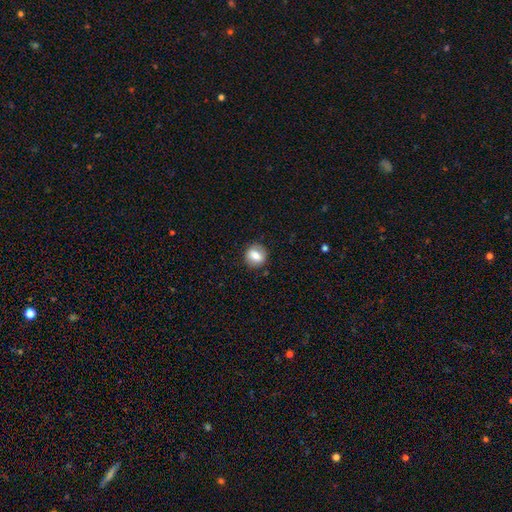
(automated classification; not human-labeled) This is likely a smooth galaxy (71%). How rounded: likely round (79%). Merging: clearly none (85%).